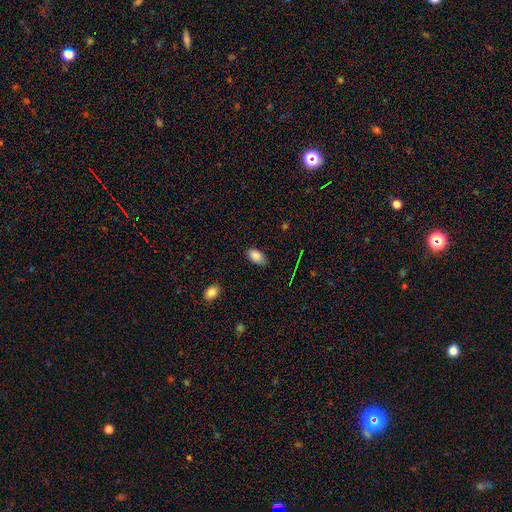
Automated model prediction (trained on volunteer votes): Smooth or featured?
  - smooth: 85% *
  - star or artifact: 8%
  - featured or disk: 7%
How rounded?
  - in between: 93% *
  - round: 5%
  - cigar-shaped: 2%
Merging?
  - none: 81% *
  - minor disturbance: 15%
  - major disturbance: 3%
  - merger: 1%